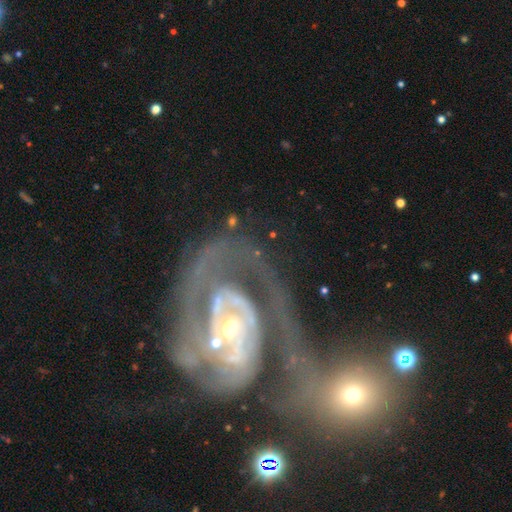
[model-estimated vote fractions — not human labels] smooth-or-featured: featured or disk: 86% | smooth: 8% | star or artifact: 6%
  disk-edge-on: no: 97% | yes: 3%
    bar: no: 47% | weak: 31% | strong: 22%
    has-spiral-arms: yes: 93% | no: 7%
      spiral-winding: tight: 60% | medium: 32% | loose: 8%
      spiral-arm-count: 2: 52% | can't tell: 20% | 3: 12% | 1: 7% | 4: 5% | more than 4: 5%
    bulge-size: small: 62% | moderate: 32% | large: 3% | none: 2% | dominant: 1%
  merging: merger: 45% | none: 27% | major disturbance: 16% | minor disturbance: 13%